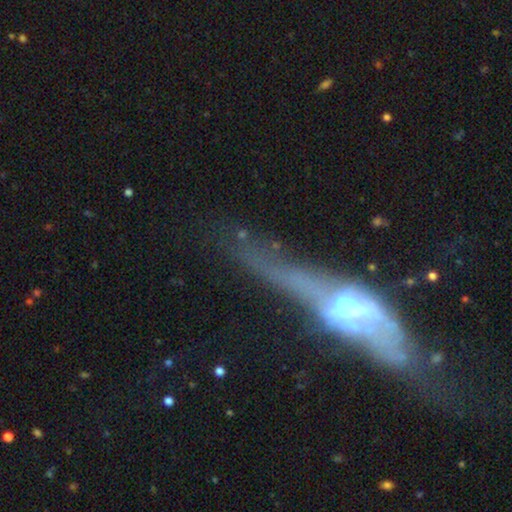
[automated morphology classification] This appears to be a featured or disk galaxy (65%) viewed edge-on (63%). Merging: none (38%).